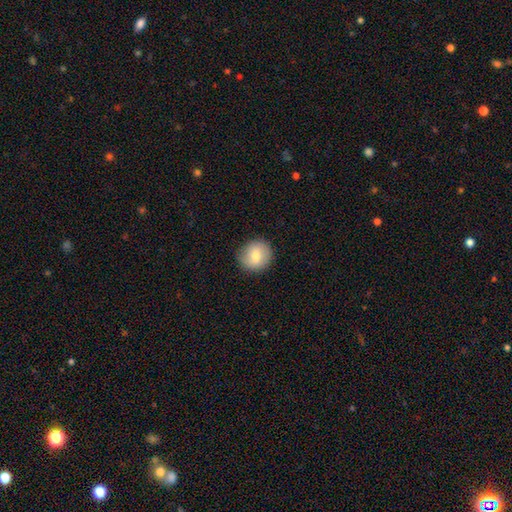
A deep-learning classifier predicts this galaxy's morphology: Smooth or featured? Predicted: smooth (p=0.75). How rounded? Predicted: round (p=0.88). Merging? Predicted: none (p=0.88).